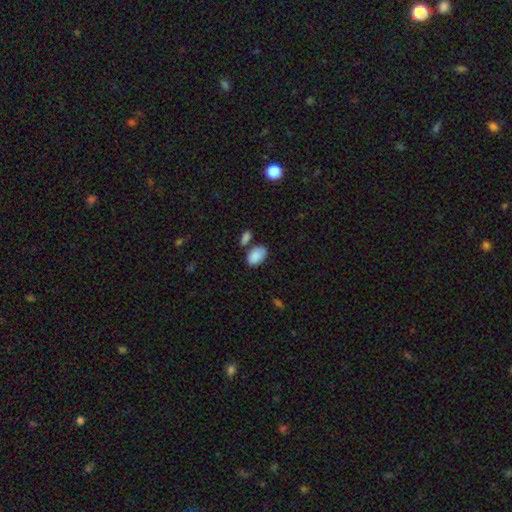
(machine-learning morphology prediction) A smooth galaxy with no disk features (88%) that is in between round and cigar-shaped (92%).

Vote fractions:
- Smooth or featured? smooth: 88% / star or artifact: 7% / featured or disk: 6%
- How rounded? in between: 92% / round: 7% / cigar-shaped: 1%
- Merging? none: 59% / merger: 18% / minor disturbance: 18% / major disturbance: 5%